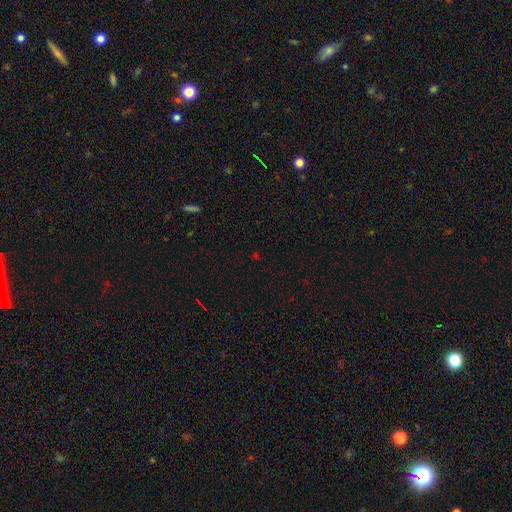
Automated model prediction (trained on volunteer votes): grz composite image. It shows a star or artifact, not a galaxy (64%).